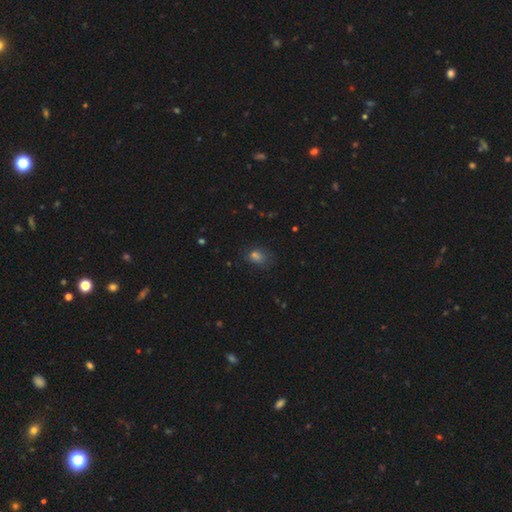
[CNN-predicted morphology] Q: Smooth or featured?
A: smooth (68%); runner-up: star or artifact (23%)
Q: How rounded?
A: in between (56%); runner-up: round (43%)
Q: Merging?
A: none (69%); runner-up: minor disturbance (20%)